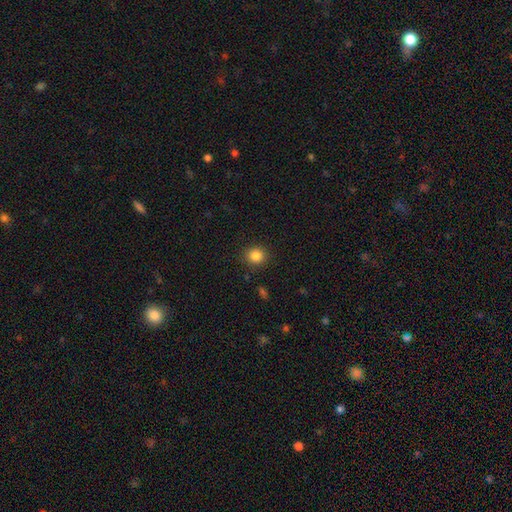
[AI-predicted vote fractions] Q: Smooth or featured?
A: smooth (84%); runner-up: star or artifact (11%)
Q: How rounded?
A: round (85%); runner-up: in between (14%)
Q: Merging?
A: none (89%); runner-up: minor disturbance (7%)